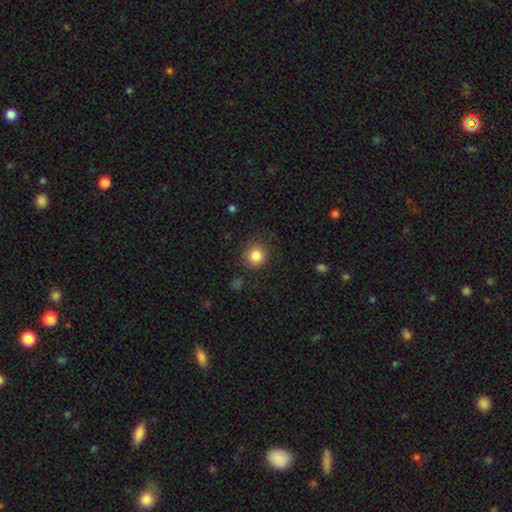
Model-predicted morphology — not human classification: The model was most divided on "smooth or featured": smooth: 84%, star or artifact: 11%, featured or disk: 5%. More confident: how rounded — round (92%); merging — none (87%).